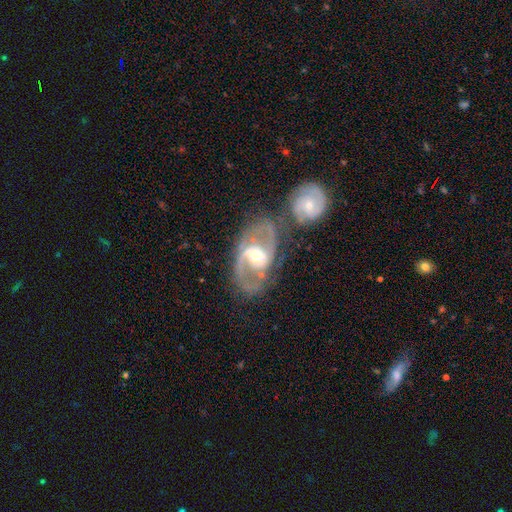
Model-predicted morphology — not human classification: A featured or disk galaxy (87%) with a weak bar (43%), 2 (78%) medium (53%) spiral arms (92%) and a moderate central bulge (62%).

Vote fractions:
- Smooth or featured? featured or disk: 87% / smooth: 8% / star or artifact: 5%
- Edge-on disk? no: 96% / yes: 4%
- Bar? weak: 43% / no: 32% / strong: 25%
- Spiral arms? yes: 92% / no: 8%
- Spiral winding? medium: 53% / tight: 27% / loose: 20%
- Spiral arm count? 2: 78% / can't tell: 9% / 1: 5% / 3: 5% / 4: 2% / more than 4: 2%
- Bulge size? moderate: 62% / small: 29% / large: 7% / none: 1% / dominant: 1%
- Merging? none: 49% / merger: 23% / minor disturbance: 16% / major disturbance: 12%